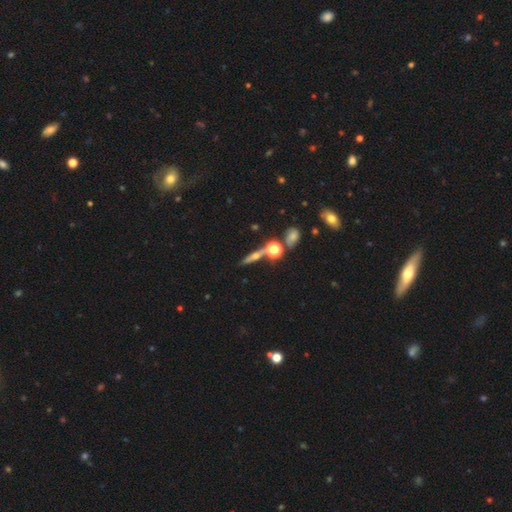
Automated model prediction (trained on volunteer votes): Overall: featured or disk (54%; smooth 30%). Edge-on disk: yes (90%). Merging: none (71%).